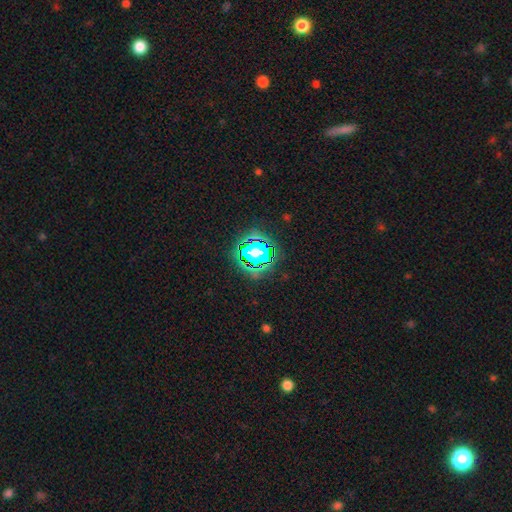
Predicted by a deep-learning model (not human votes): A star or artifact, not a galaxy (75%).